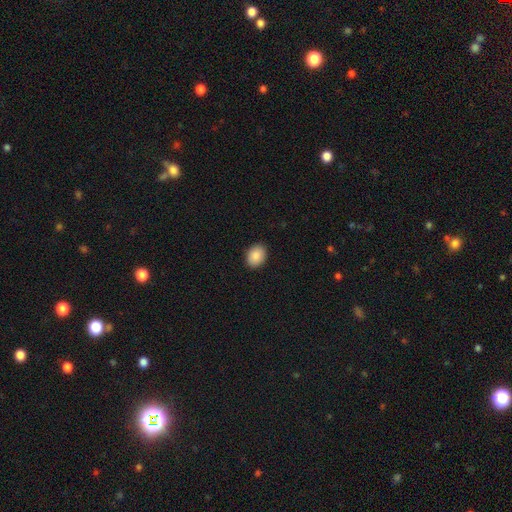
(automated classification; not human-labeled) Smooth or featured? Predicted: smooth (p=0.89). How rounded? Predicted: in between (p=0.70). Merging? Predicted: none (p=0.90).